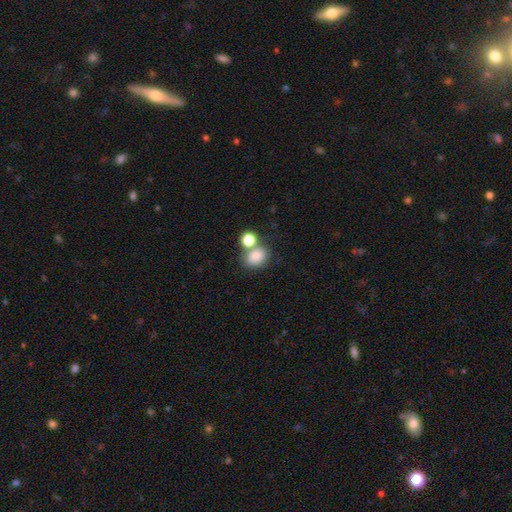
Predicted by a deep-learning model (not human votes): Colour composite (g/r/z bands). It shows a smooth galaxy with no disk features (82%) that is in between round and cigar-shaped (51%). Merging: none (51%).